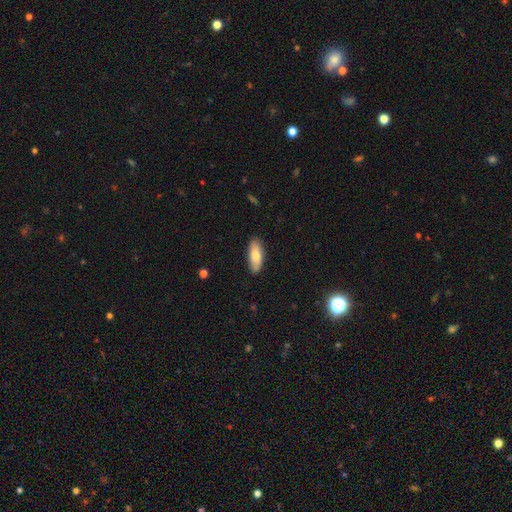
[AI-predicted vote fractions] smooth 78%, featured or disk 16%, star or artifact 6%. Down the decision tree: how rounded — in between (74%); merging — none (86%).